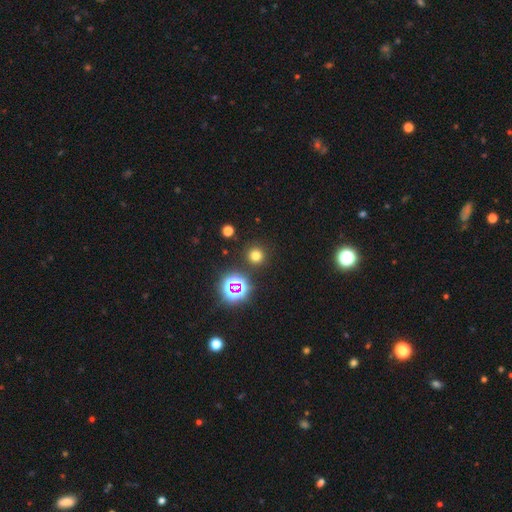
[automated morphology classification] The model was most divided on "smooth or featured": smooth: 69%, star or artifact: 25%, featured or disk: 6%. More confident: how rounded — round (95%); merging — none (90%).